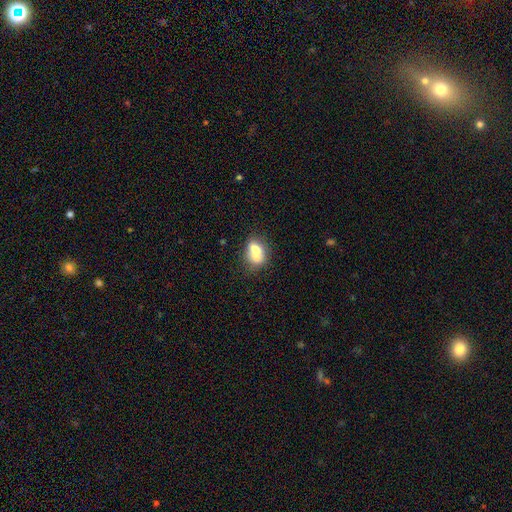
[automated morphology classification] smooth_or_featured: smooth (p=0.67) [alt: featured or disk p=0.24]
how_rounded: in between (p=0.65) [alt: round p=0.32]
merging: merger (p=0.48) [alt: none p=0.32]